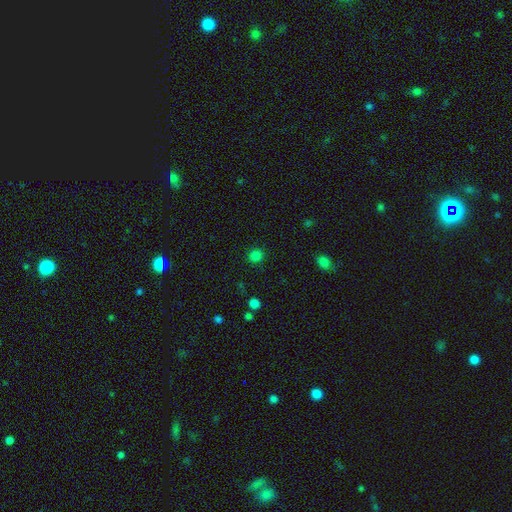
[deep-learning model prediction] Smooth or featured?
  - smooth: 80% *
  - star or artifact: 16%
  - featured or disk: 3%
How rounded?
  - round: 90% *
  - in between: 9%
  - cigar-shaped: 1%
Merging?
  - none: 89% *
  - minor disturbance: 7%
  - major disturbance: 3%
  - merger: 2%